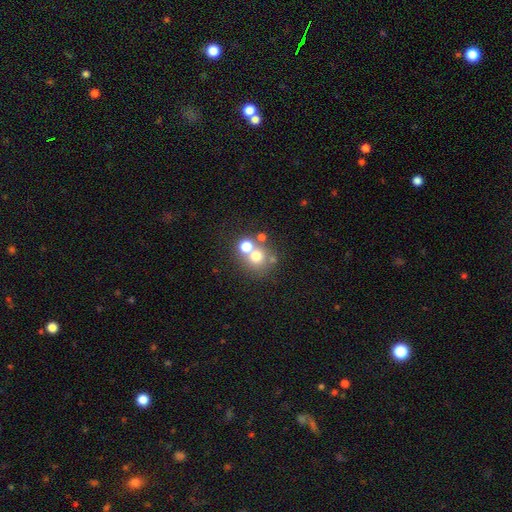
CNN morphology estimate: This is likely a smooth galaxy (65%). How rounded: clearly round (86%). Merging: possibly none (49%).